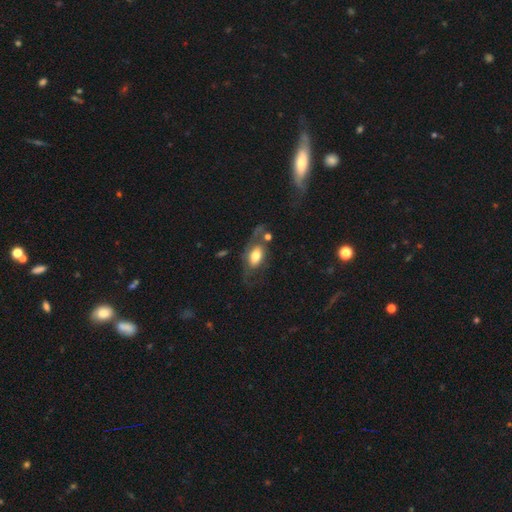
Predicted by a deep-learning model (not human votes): Smooth or featured? smooth (54%)
How rounded? in between (86%)
Merging? none (40%)